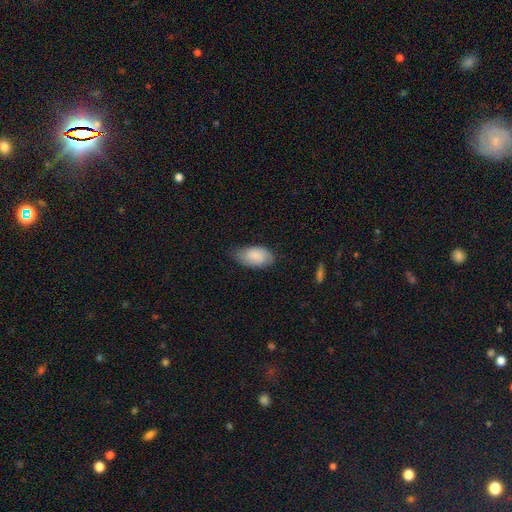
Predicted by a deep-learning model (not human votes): This appears to be a smooth galaxy with no disk features (83%) that is in between round and cigar-shaped (94%). Merging: none (65%).